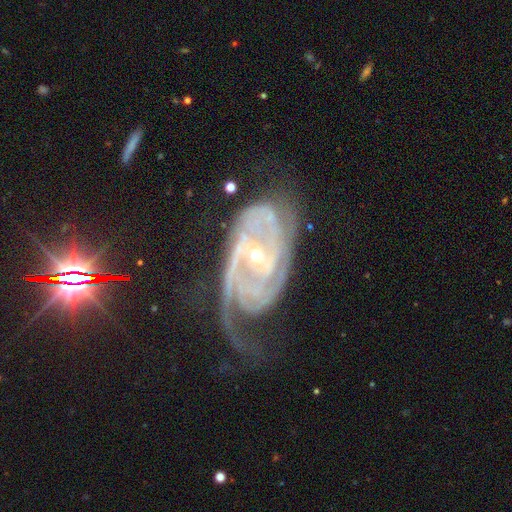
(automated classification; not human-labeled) Smooth or featured?
  - featured or disk: 89% *
  - star or artifact: 6%
  - smooth: 5%
Edge-on disk?
  - no: 95% *
  - yes: 5%
Bar?
  - no: 46% *
  - weak: 32%
  - strong: 22%
Spiral arms?
  - yes: 96% *
  - no: 4%
Spiral winding?
  - tight: 53% *
  - medium: 35%
  - loose: 13%
Spiral arm count?
  - 2: 36% *
  - can't tell: 21%
  - 3: 19%
  - 1: 9%
  - 4: 9%
  - more than 4: 6%
Bulge size?
  - small: 65% *
  - moderate: 32%
  - large: 1%
  - none: 1%
  - dominant: 1%
Merging?
  - none: 42% *
  - major disturbance: 31%
  - minor disturbance: 23%
  - merger: 3%